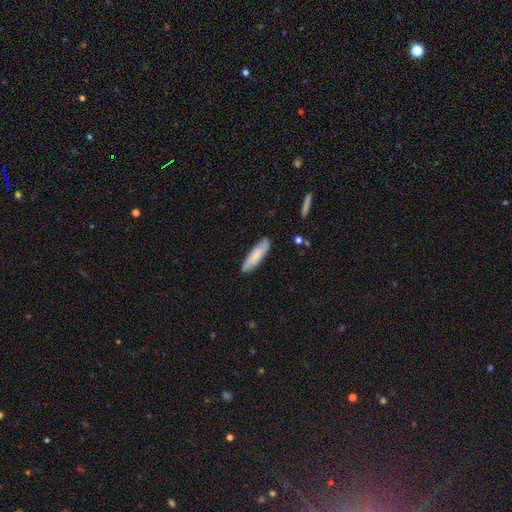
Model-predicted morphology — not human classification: This appears to be a smooth galaxy with no disk features (72%) that is cigar-shaped (66%). Merging: none (83%).